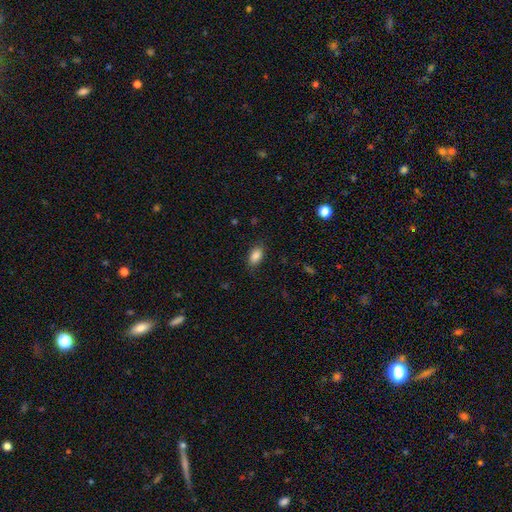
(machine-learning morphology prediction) Smooth or featured: smooth — 87% (star or artifact — 8%)
How rounded: in between — 91% (round — 5%)
Merging: none — 82% (minor disturbance — 13%)